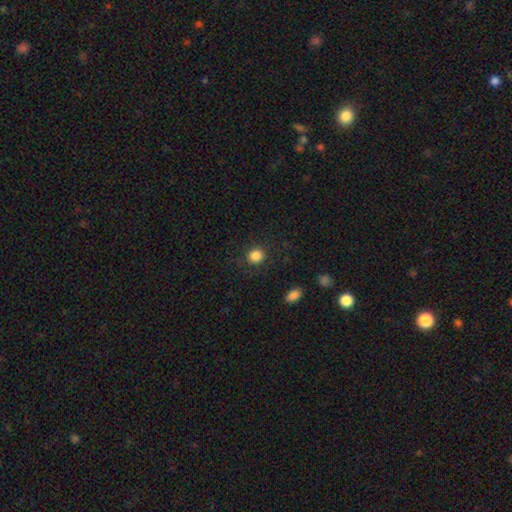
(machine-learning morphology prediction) This is clearly a smooth galaxy (85%). How rounded: clearly round (85%). Merging: clearly none (85%).